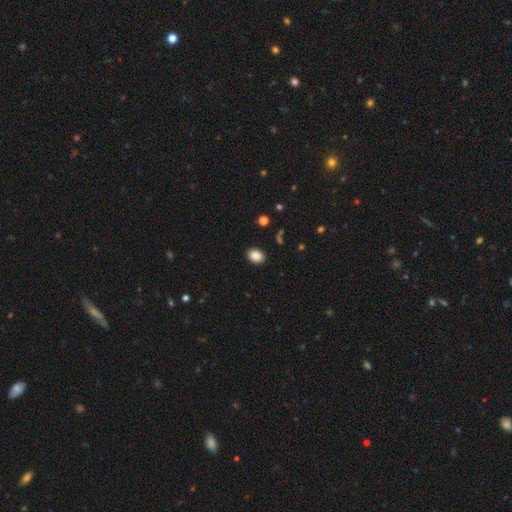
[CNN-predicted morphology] Smooth or featured? smooth (87%)
How rounded? in between (71%)
Merging? none (89%)